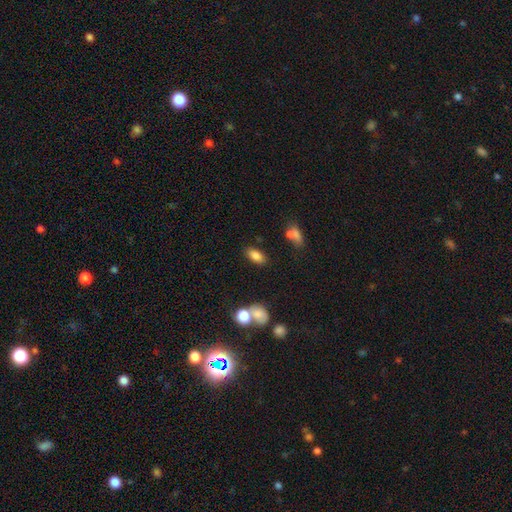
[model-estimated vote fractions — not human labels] Overall: smooth (82%). How rounded: in between (88%). Merging: none (77%).